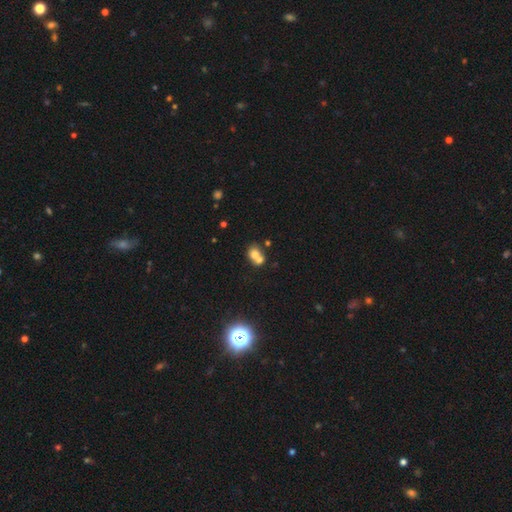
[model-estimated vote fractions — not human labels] smooth-or-featured: smooth: 70% | featured or disk: 18% | star or artifact: 13%
  how-rounded: round: 61% | in between: 38% | cigar-shaped: 1%
  merging: merger: 61% | none: 29% | minor disturbance: 7% | major disturbance: 3%